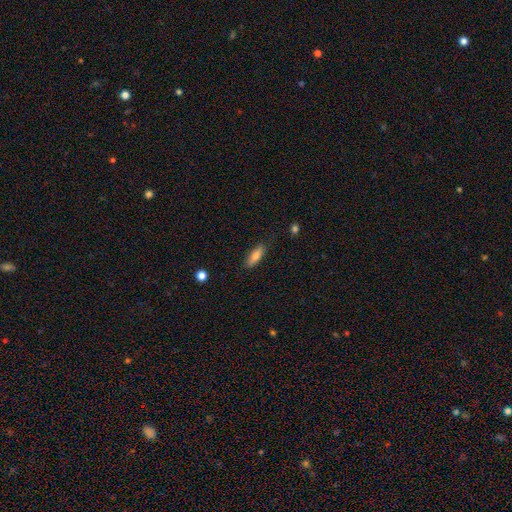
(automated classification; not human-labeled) smooth 78%, featured or disk 15%, star or artifact 7%. Down the decision tree: how rounded — in between (56%); merging — none (84%).